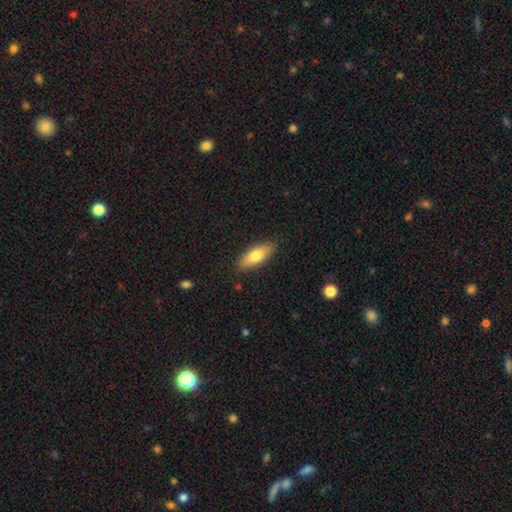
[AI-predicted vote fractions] The model was most divided on "how rounded": in between: 70%, cigar-shaped: 28%, round: 2%. More confident: merging — none (86%); smooth or featured — smooth (73%).